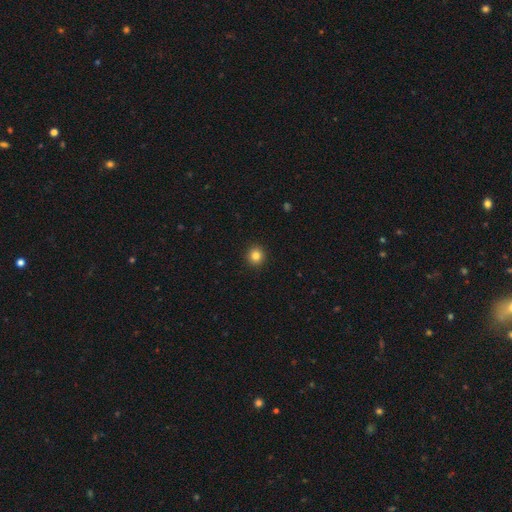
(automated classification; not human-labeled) Morphology: type=smooth (83%); roundness=round (92%); merging=none (93%).